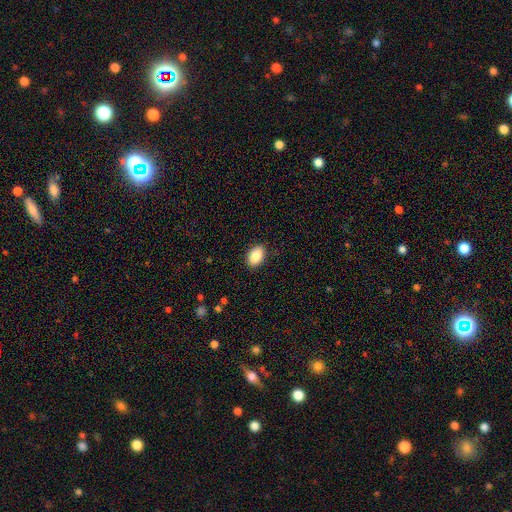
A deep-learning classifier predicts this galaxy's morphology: Q: Smooth or featured?
A: smooth (86%); runner-up: star or artifact (7%)
Q: How rounded?
A: in between (89%); runner-up: round (10%)
Q: Merging?
A: none (89%); runner-up: minor disturbance (8%)